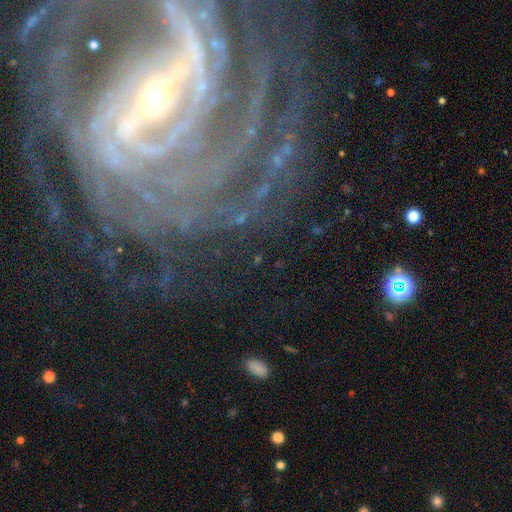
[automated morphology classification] smooth-or-featured: featured or disk: 82% | star or artifact: 11% | smooth: 7%
  disk-edge-on: no: 95% | yes: 5%
    bar: strong: 47% | weak: 28% | no: 24%
    has-spiral-arms: yes: 93% | no: 7%
      spiral-winding: tight: 71% | medium: 22% | loose: 7%
      spiral-arm-count: can't tell: 28% | 2: 17% | more than 4: 16% | 3: 15% | 4: 14% | 1: 10%
    bulge-size: small: 62% | moderate: 29% | none: 4% | large: 4% | dominant: 2%
  merging: none: 72% | minor disturbance: 14% | major disturbance: 11% | merger: 2%